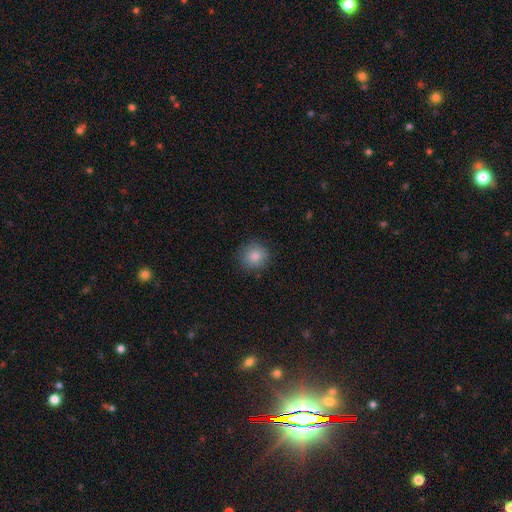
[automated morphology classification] smooth_or_featured: smooth (p=0.84) [alt: star or artifact p=0.10]
how_rounded: round (p=0.90) [alt: in between p=0.09]
merging: none (p=0.88) [alt: minor disturbance p=0.09]